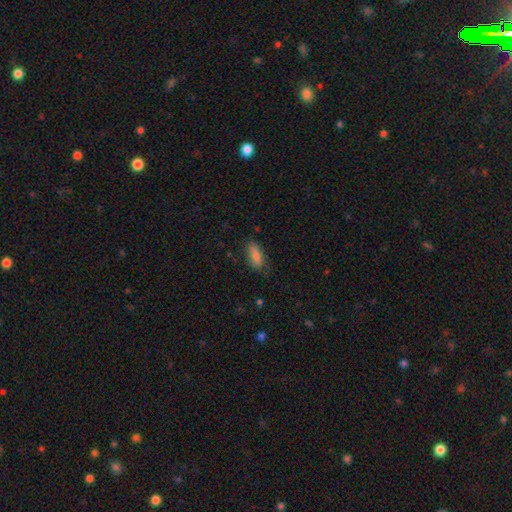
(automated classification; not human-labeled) Smooth or featured? smooth (77%)
How rounded? in between (74%)
Merging? none (70%)